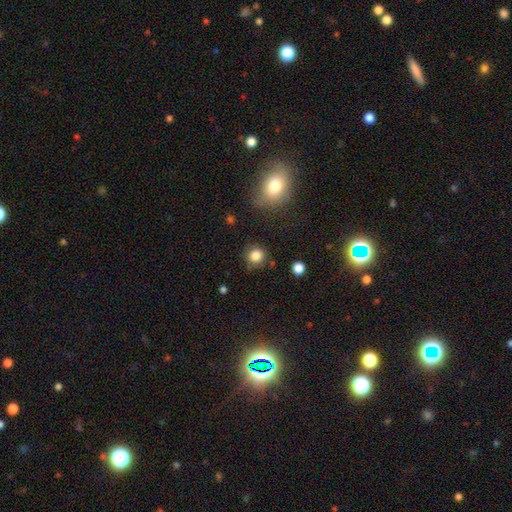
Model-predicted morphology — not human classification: smooth 84%, star or artifact 11%, featured or disk 5%. Down the decision tree: how rounded — round (89%); merging — none (79%).